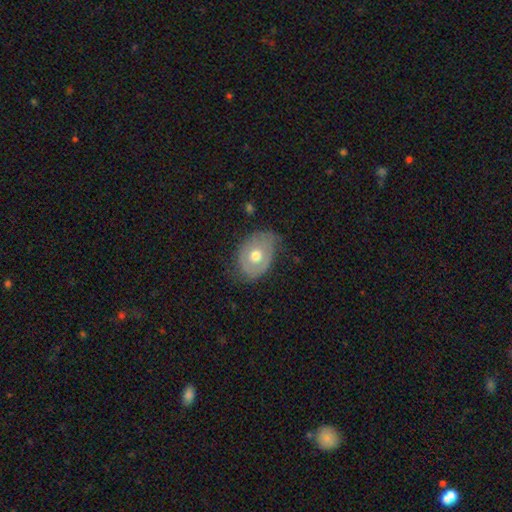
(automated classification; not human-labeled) A featured or disk galaxy (48%). Merging: none (58%).